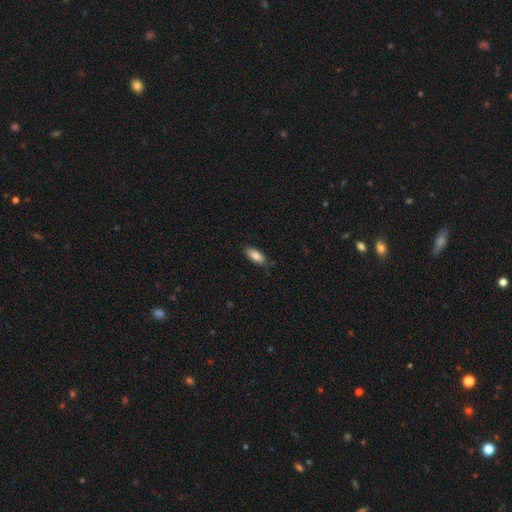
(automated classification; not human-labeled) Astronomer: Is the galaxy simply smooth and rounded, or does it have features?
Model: smooth — 82%.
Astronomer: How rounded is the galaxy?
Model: in between — 81%.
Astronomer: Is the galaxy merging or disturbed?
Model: none — 82%.